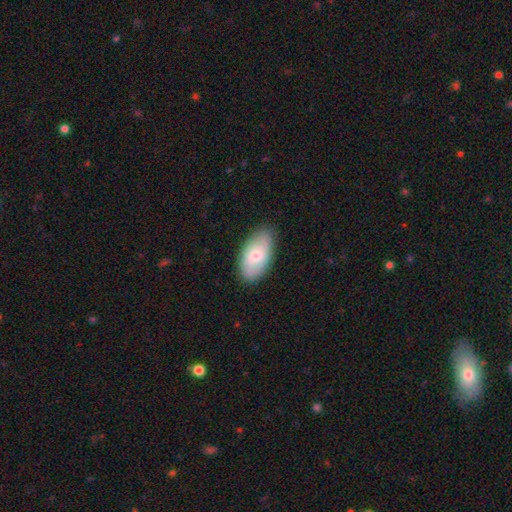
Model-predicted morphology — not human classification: This appears to be a smooth galaxy with no disk features (64%) that is in between round and cigar-shaped (93%). Merging: none (80%).